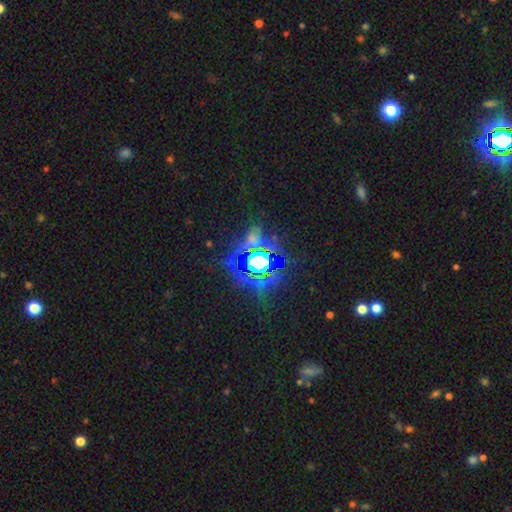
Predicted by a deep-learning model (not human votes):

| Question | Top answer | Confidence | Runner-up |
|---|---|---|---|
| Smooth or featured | star or artifact | 73% | featured or disk (14%) |